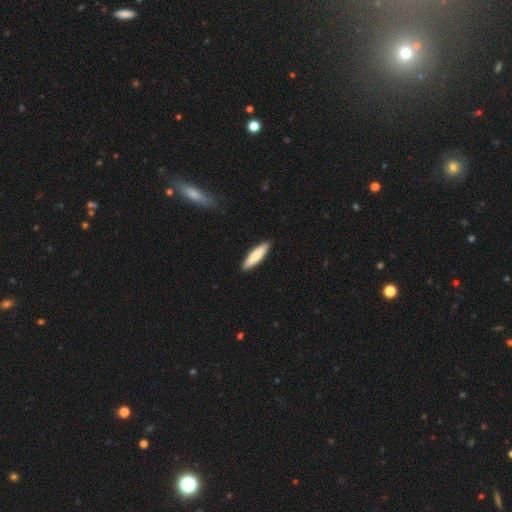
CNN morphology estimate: Smooth or featured: smooth — 82% (featured or disk — 13%)
How rounded: cigar-shaped — 72% (in between — 26%)
Merging: none — 90% (minor disturbance — 7%)